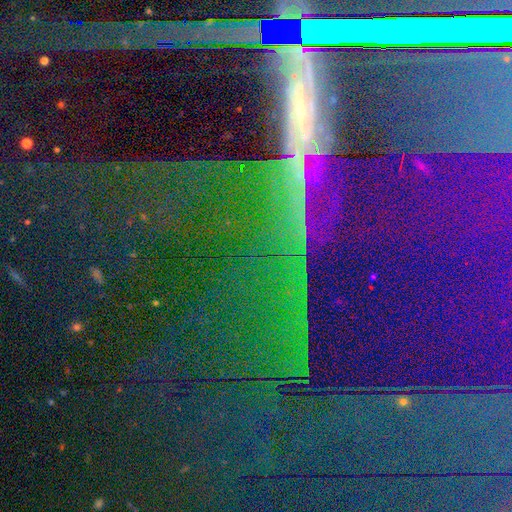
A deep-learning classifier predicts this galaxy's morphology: Smooth or featured? star or artifact (83%)